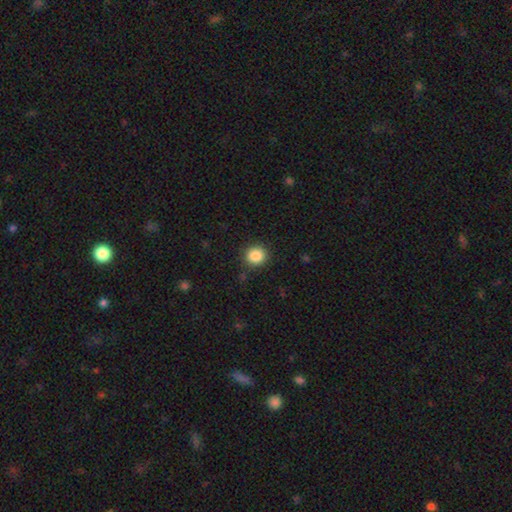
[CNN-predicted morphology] A smooth galaxy with no disk features (86%) that is round (88%).

Vote fractions:
- Smooth or featured? smooth: 86% / star or artifact: 10% / featured or disk: 4%
- How rounded? round: 88% / in between: 11% / cigar-shaped: 1%
- Merging? none: 89% / minor disturbance: 8% / major disturbance: 3% / merger: 1%